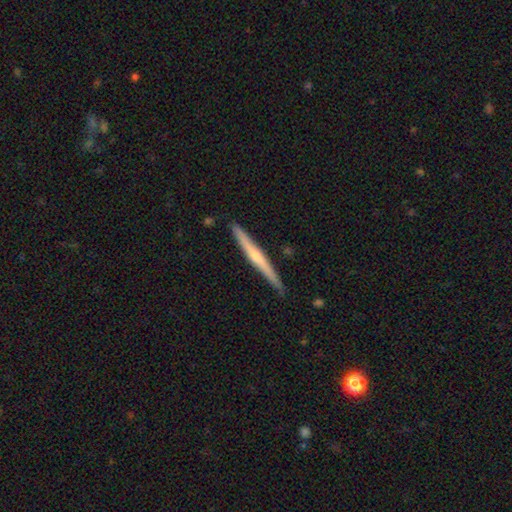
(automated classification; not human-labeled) featured or disk 72%, smooth 23%, star or artifact 6%. Down the decision tree: edge-on disk — yes (98%); edge-on bulge — rounded (70%); merging — none (90%).